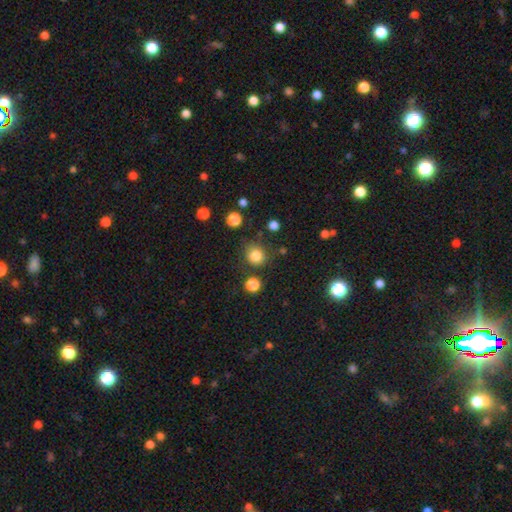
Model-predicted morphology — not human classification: Smooth or featured: smooth — 83% (star or artifact — 12%)
How rounded: round — 90% (in between — 9%)
Merging: none — 80% (minor disturbance — 11%)